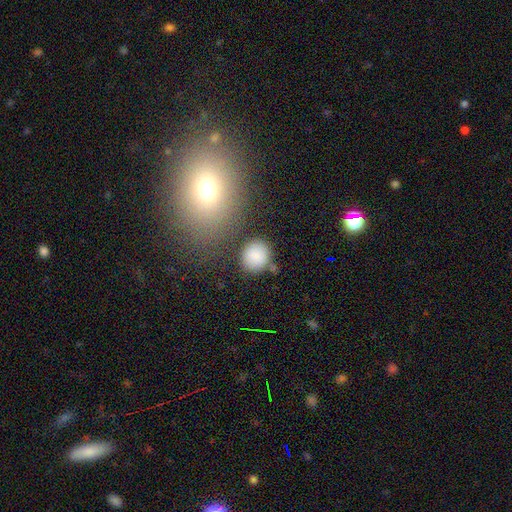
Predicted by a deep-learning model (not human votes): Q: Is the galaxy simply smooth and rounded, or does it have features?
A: smooth — 85%.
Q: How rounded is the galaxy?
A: round — 75%.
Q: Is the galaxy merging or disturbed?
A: none — 74%.